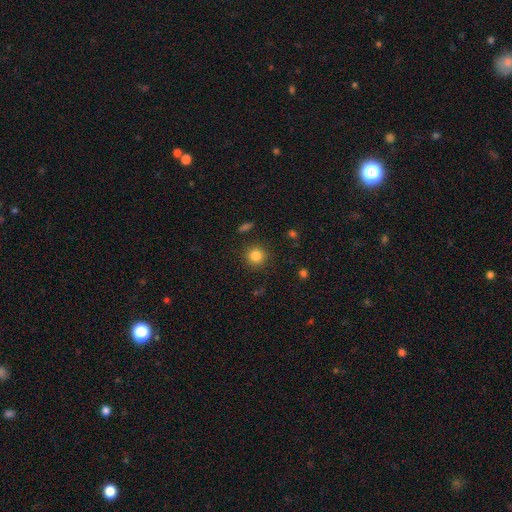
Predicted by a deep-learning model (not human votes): smooth_or_featured: smooth (p=0.83) [alt: star or artifact p=0.12]
how_rounded: round (p=0.93) [alt: in between p=0.06]
merging: none (p=0.89) [alt: minor disturbance p=0.07]